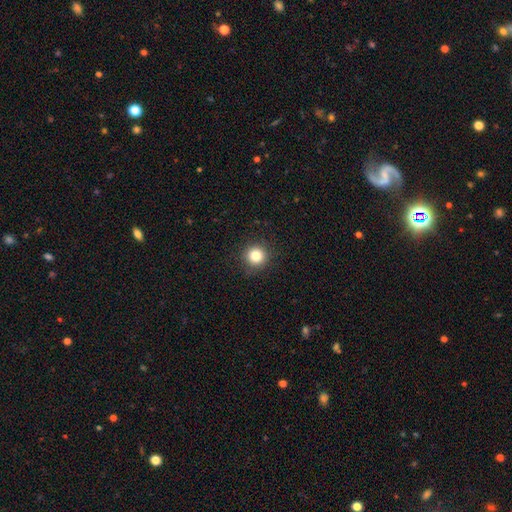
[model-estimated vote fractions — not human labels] The model was most divided on "smooth or featured": smooth: 82%, star or artifact: 12%, featured or disk: 6%. More confident: how rounded — round (95%); merging — none (91%).